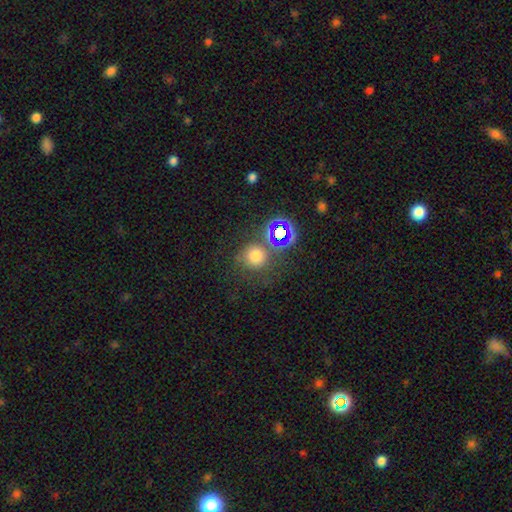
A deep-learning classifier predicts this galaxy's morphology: smooth_or_featured: smooth (p=0.65) [alt: star or artifact p=0.25]
how_rounded: round (p=0.90) [alt: in between p=0.09]
merging: none (p=0.63) [alt: merger p=0.17]